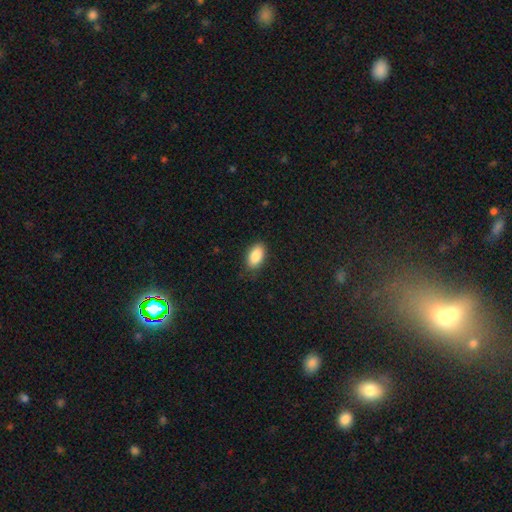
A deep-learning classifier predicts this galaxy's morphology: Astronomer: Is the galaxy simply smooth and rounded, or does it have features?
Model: smooth — 87%.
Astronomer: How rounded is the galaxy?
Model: in between — 93%.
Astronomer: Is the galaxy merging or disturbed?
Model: none — 83%.